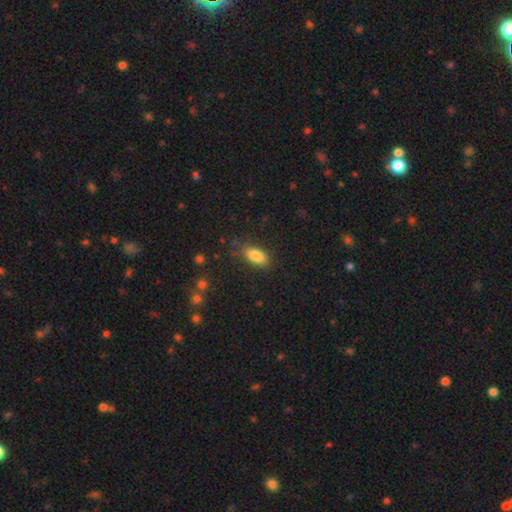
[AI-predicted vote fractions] smooth 86%, star or artifact 8%, featured or disk 6%. Down the decision tree: how rounded — in between (89%); merging — none (78%).